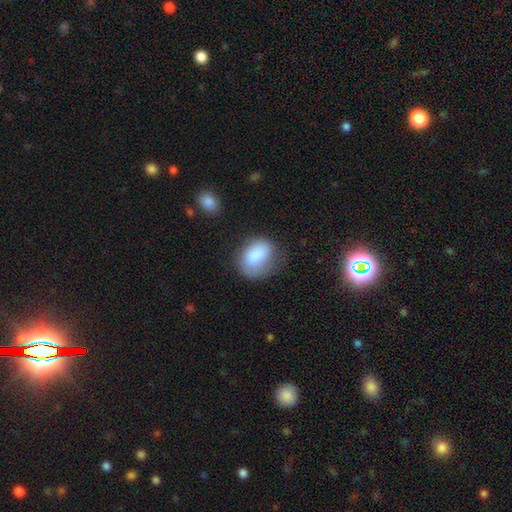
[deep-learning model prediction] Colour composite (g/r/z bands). It shows a smooth galaxy with no disk features (82%) that is in between round and cigar-shaped (63%). Merging: none (50%).